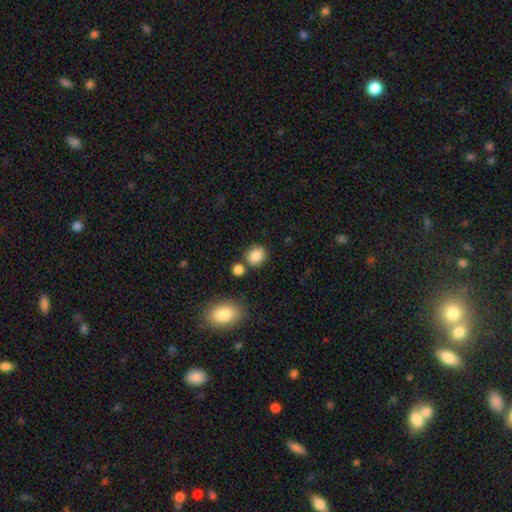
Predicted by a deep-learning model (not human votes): Morphology: type=smooth (86%); roundness=round (62%); merging=none (73%).